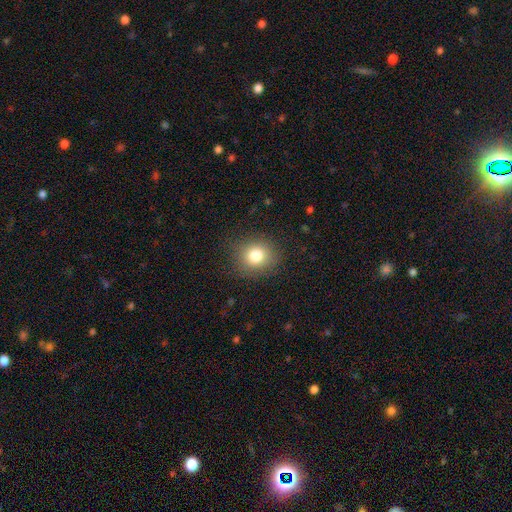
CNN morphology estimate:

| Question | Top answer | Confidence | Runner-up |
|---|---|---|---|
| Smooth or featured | smooth | 81% | star or artifact (12%) |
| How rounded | round | 81% | in between (18%) |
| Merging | none | 86% | minor disturbance (9%) |